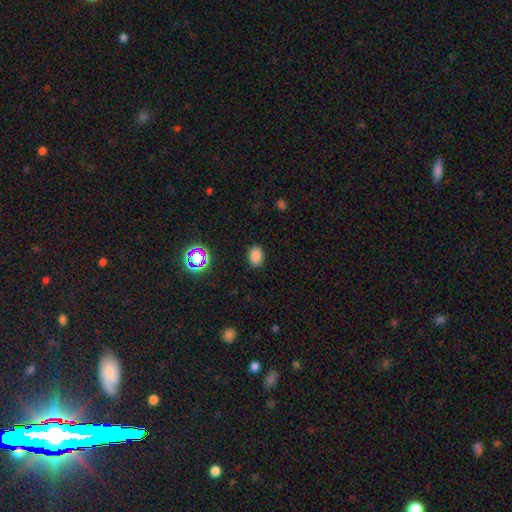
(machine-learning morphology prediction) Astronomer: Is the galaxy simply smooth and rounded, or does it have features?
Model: smooth — 81%.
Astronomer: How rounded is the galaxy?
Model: in between — 81%.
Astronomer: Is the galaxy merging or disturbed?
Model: none — 87%.